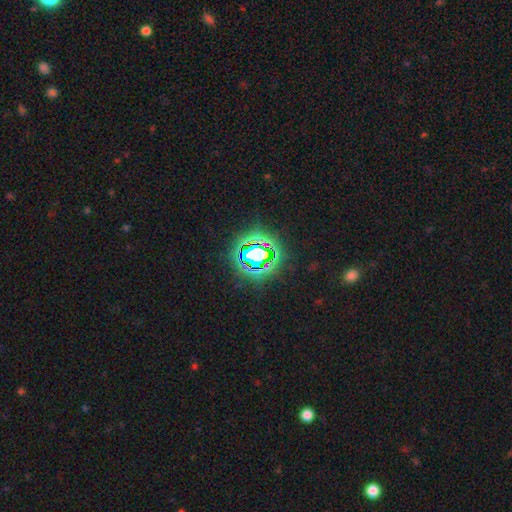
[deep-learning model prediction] A star or artifact, not a galaxy (73%).